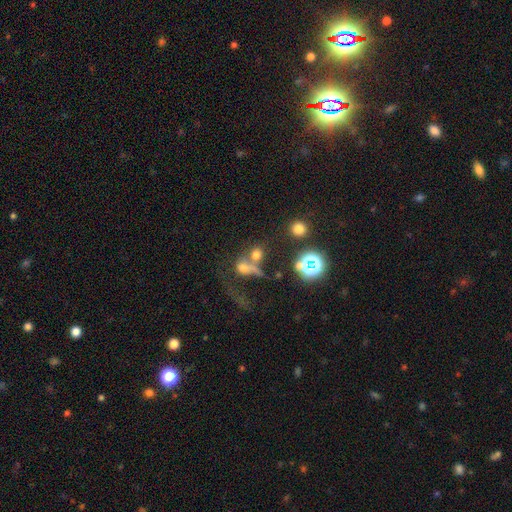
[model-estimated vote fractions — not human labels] smooth-or-featured: smooth: 55% | star or artifact: 25% | featured or disk: 20%
  how-rounded: round: 71% | in between: 26% | cigar-shaped: 3%
  merging: merger: 50% | none: 29% | major disturbance: 13% | minor disturbance: 8%